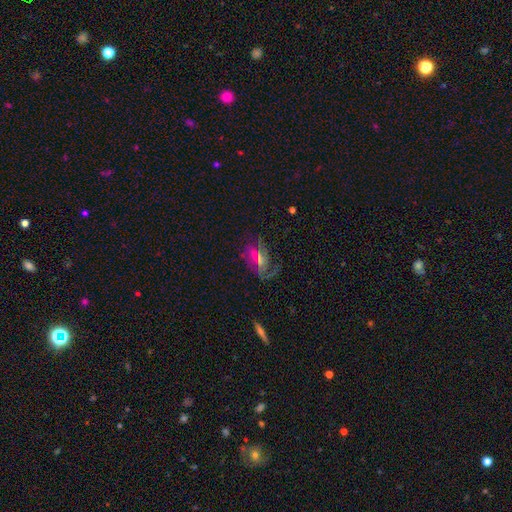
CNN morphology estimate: Smooth or featured? Predicted: featured or disk (p=0.68). Edge-on disk? Predicted: no (p=0.93). Bar? Predicted: weak (p=0.44). Spiral arms? Predicted: yes (p=0.84). Spiral winding? Predicted: medium (p=0.44). Spiral arm count? Predicted: 2 (p=0.33). Bulge size? Predicted: small (p=0.44). Merging? Predicted: none (p=0.53).